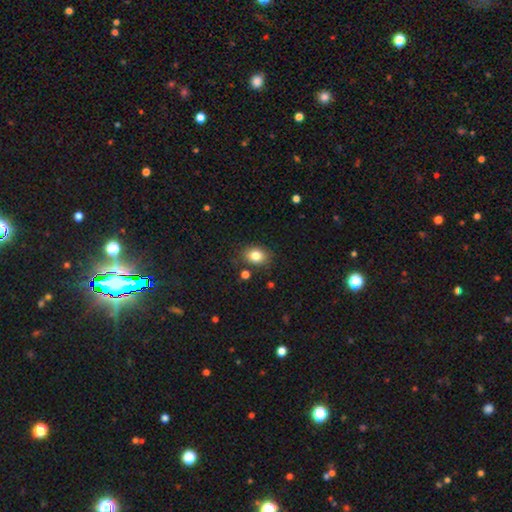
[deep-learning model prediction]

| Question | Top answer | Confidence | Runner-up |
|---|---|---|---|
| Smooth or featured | smooth | 82% | star or artifact (10%) |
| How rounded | in between | 61% | round (38%) |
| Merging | none | 81% | minor disturbance (12%) |